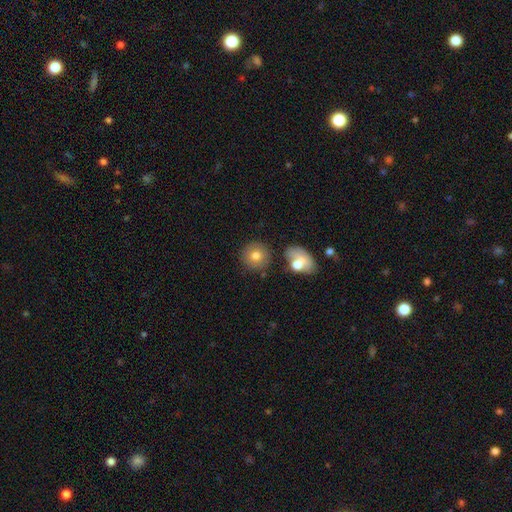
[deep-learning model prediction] A smooth galaxy with no disk features (77%) that is round (89%).

Vote fractions:
- Smooth or featured? smooth: 77% / featured or disk: 13% / star or artifact: 10%
- How rounded? round: 89% / in between: 10% / cigar-shaped: 1%
- Merging? none: 78% / minor disturbance: 10% / merger: 8% / major disturbance: 3%